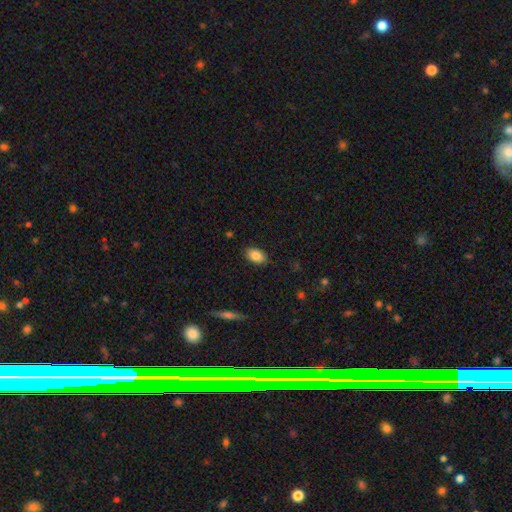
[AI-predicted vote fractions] A smooth galaxy with no disk features (85%) that is in between round and cigar-shaped (89%).

Vote fractions:
- Smooth or featured? smooth: 85% / star or artifact: 7% / featured or disk: 7%
- How rounded? in between: 89% / round: 9% / cigar-shaped: 2%
- Merging? none: 85% / minor disturbance: 11% / major disturbance: 2% / merger: 1%